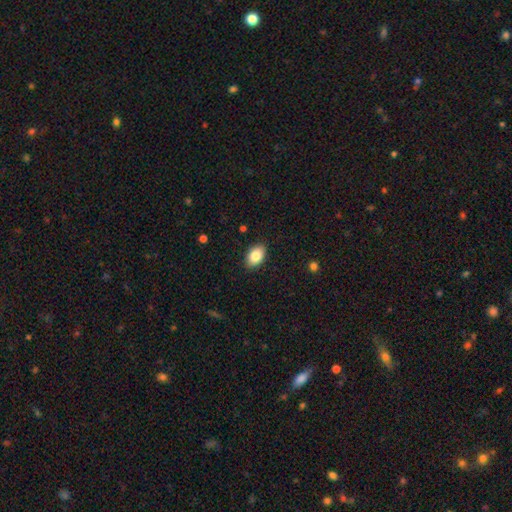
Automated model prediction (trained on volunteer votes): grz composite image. It shows a smooth galaxy with no disk features (85%) that is in between round and cigar-shaped (90%). Merging: none (88%).